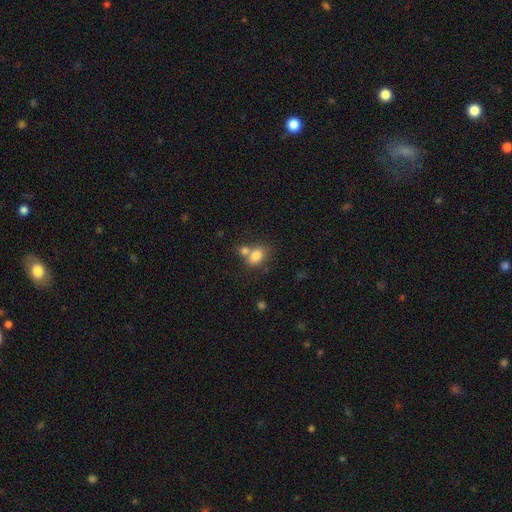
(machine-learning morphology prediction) Smooth or featured? smooth (81%)
How rounded? in between (71%)
Merging? none (43%)